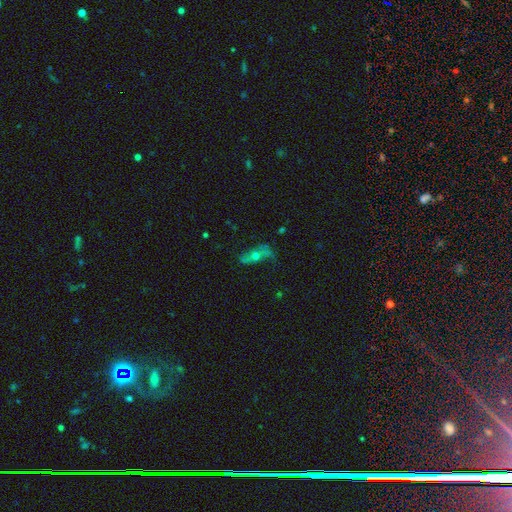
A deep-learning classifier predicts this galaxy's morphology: Smooth or featured? Predicted: featured or disk (p=0.50). Edge-on disk? Predicted: no (p=0.70). Merging? Predicted: none (p=0.50).